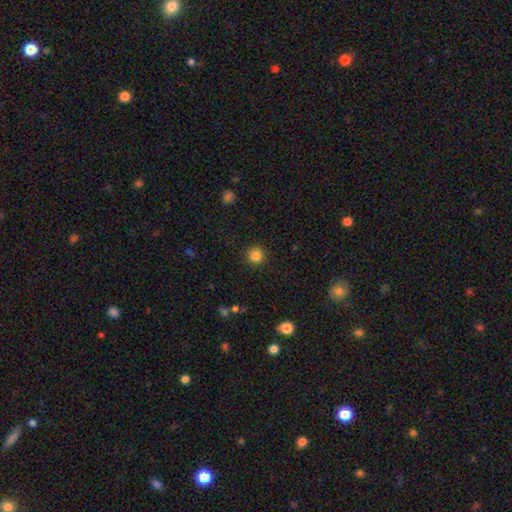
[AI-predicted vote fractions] Smooth or featured: smooth — 84% (star or artifact — 11%)
How rounded: round — 95% (in between — 4%)
Merging: none — 92% (minor disturbance — 5%)